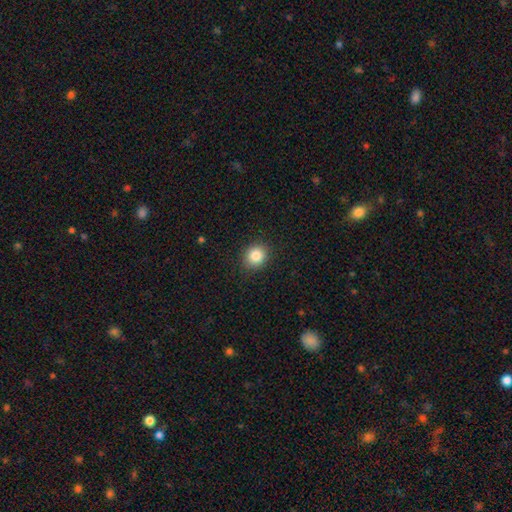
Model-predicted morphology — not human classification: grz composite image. It shows a smooth galaxy with no disk features (84%) that is round (78%). Merging: none (89%).